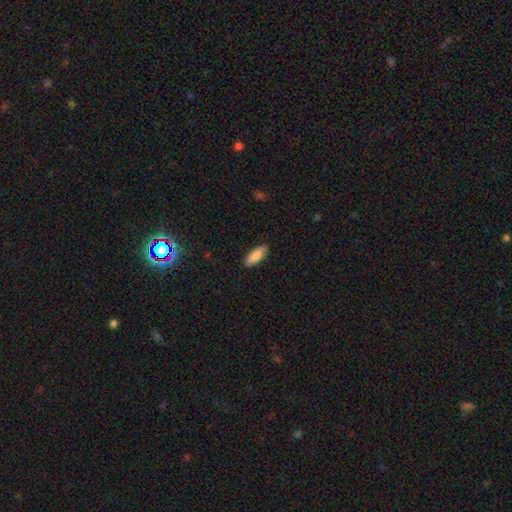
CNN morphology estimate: Smooth or featured?
  - smooth: 88% *
  - featured or disk: 6%
  - star or artifact: 6%
How rounded?
  - in between: 73% *
  - cigar-shaped: 26%
  - round: 2%
Merging?
  - none: 88% *
  - minor disturbance: 9%
  - major disturbance: 2%
  - merger: 1%